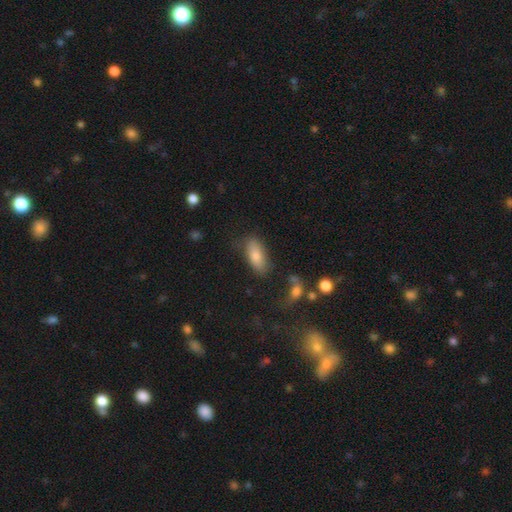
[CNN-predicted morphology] A smooth galaxy with no disk features (77%) that is in between round and cigar-shaped (81%). Merging: none (73%).